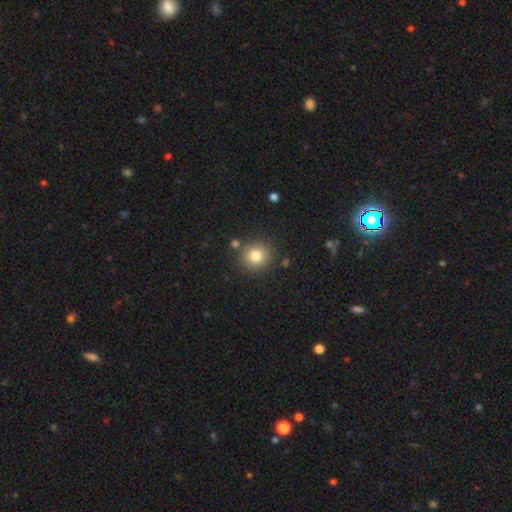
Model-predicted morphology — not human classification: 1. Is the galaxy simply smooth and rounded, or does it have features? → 81% smooth, 11% star or artifact, 8% featured or disk.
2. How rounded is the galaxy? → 87% round, 13% in between, 1% cigar-shaped.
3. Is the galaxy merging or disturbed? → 83% none, 9% minor disturbance, 5% merger, 3% major disturbance.